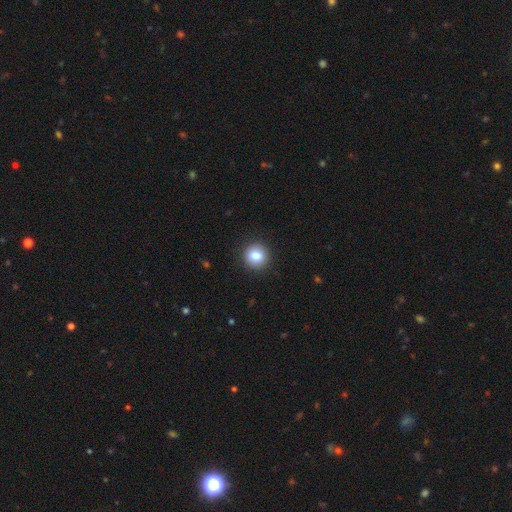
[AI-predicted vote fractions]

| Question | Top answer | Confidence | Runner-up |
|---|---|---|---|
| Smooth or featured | smooth | 83% | star or artifact (9%) |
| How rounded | round | 93% | in between (6%) |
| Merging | none | 92% | minor disturbance (5%) |